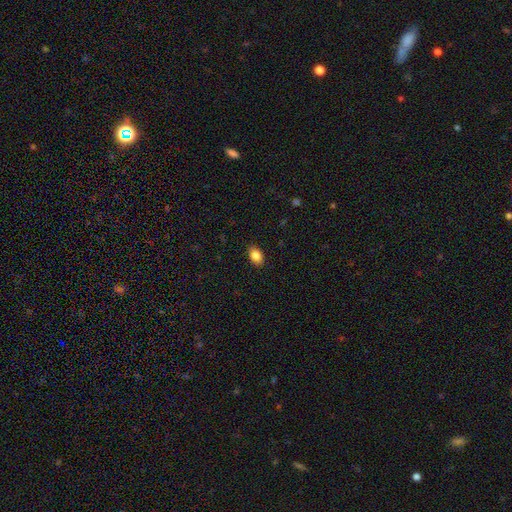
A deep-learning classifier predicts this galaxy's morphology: This appears to be a smooth galaxy with no disk features (86%) that is in between round and cigar-shaped (86%). Merging: none (89%).